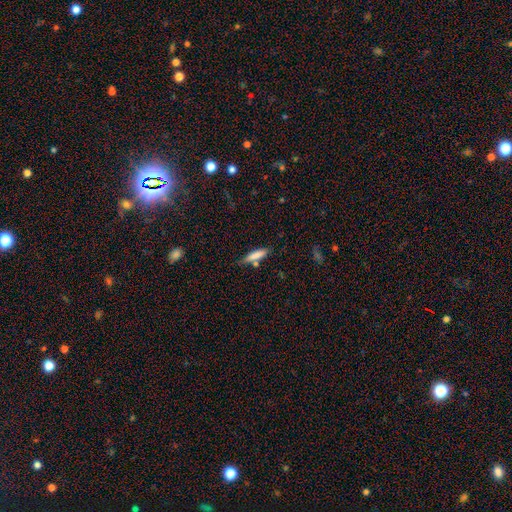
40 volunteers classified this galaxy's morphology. smooth-or-featured: smooth: 72% | featured or disk: 20% | star or artifact: 8%
  how-rounded: cigar-shaped: 59% | in between: 38% | round: 3%
  merging: none: 54% | merger: 22% | minor disturbance: 19% | major disturbance: 5%